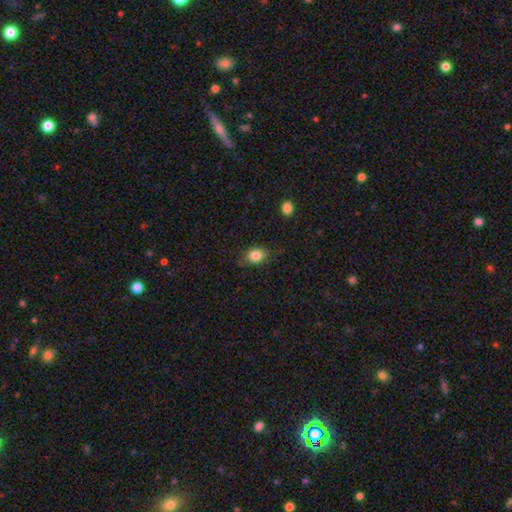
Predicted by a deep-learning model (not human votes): Overall: smooth (83%). How rounded: in between (63%; round 35%). Merging: none (75%).